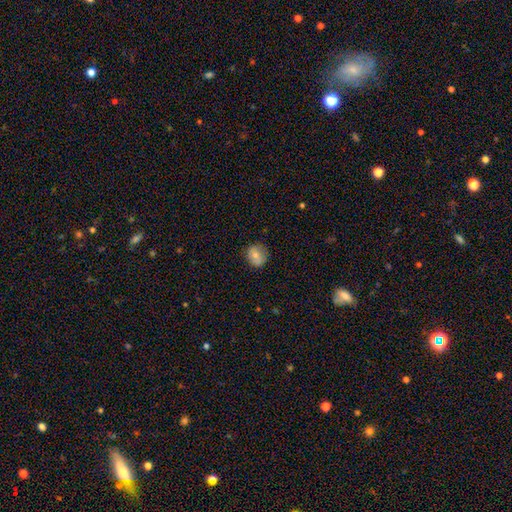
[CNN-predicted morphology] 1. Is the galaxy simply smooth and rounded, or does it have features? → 69% smooth, 22% featured or disk, 9% star or artifact.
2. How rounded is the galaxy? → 79% round, 20% in between, 1% cigar-shaped.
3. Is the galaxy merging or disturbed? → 79% none, 16% minor disturbance, 4% major disturbance, 1% merger.